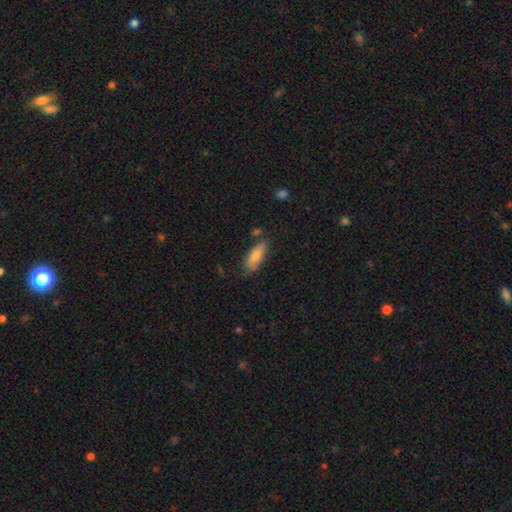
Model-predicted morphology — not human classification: smooth 75%, featured or disk 18%, star or artifact 7%. Down the decision tree: how rounded — in between (61%); merging — none (71%).